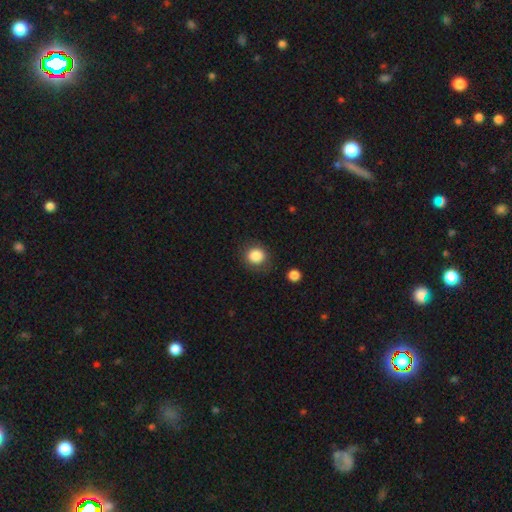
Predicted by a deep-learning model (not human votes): A smooth galaxy with no disk features (85%) that is round (84%). Merging: none (83%).